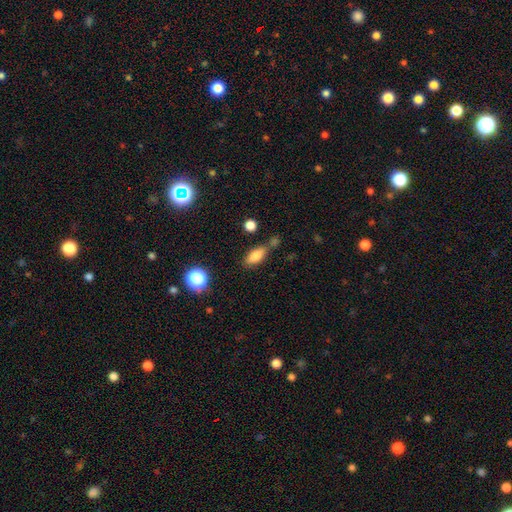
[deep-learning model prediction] Smooth or featured? smooth (82%)
How rounded? in between (79%)
Merging? none (66%)